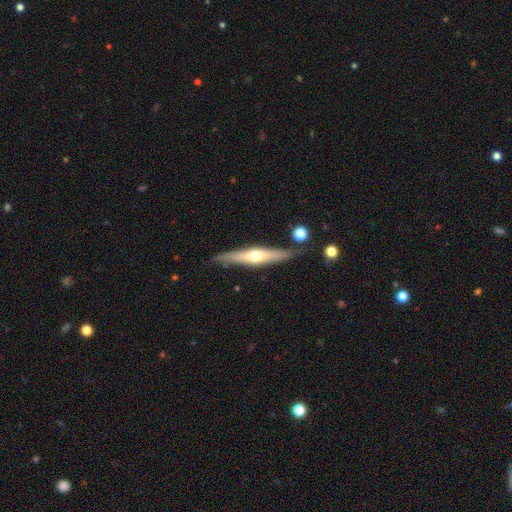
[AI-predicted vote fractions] A featured or disk galaxy (61%) viewed edge-on (94%) with a rounded central bulge (88%). Merging: none (81%).